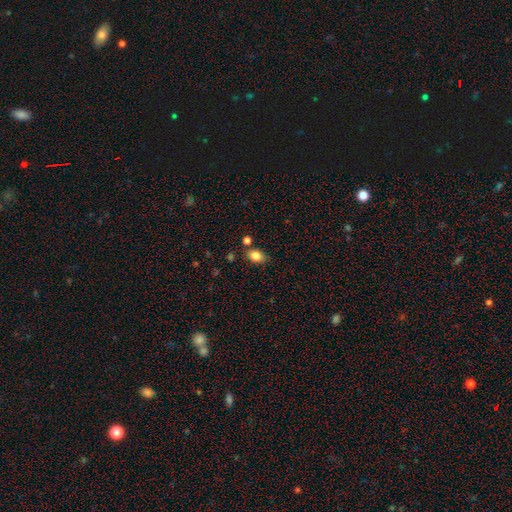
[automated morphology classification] smooth_or_featured: smooth (p=0.85) [alt: star or artifact p=0.09]
how_rounded: in between (p=0.80) [alt: round p=0.19]
merging: none (p=0.74) [alt: minor disturbance p=0.14]